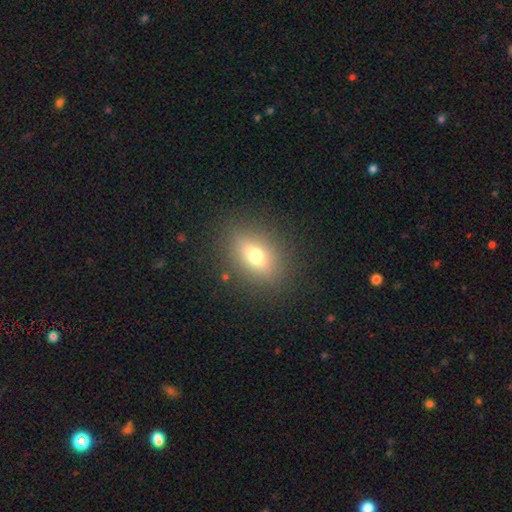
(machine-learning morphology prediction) The model was most divided on "how rounded": in between: 68%, round: 26%, cigar-shaped: 6%. More confident: merging — none (86%); smooth or featured — smooth (68%).